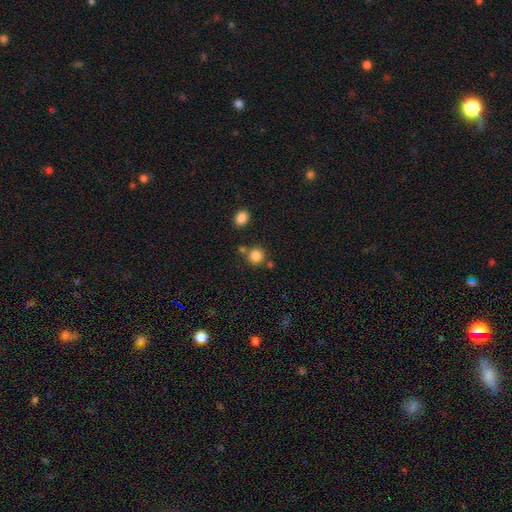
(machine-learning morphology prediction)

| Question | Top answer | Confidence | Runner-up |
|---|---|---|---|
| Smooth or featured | smooth | 84% | star or artifact (11%) |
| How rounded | round | 88% | in between (11%) |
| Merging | none | 71% | merger (15%) |